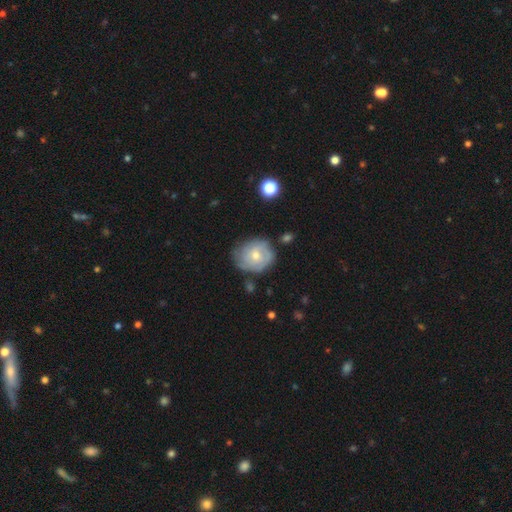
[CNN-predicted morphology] Smooth or featured: featured or disk — 65% (smooth — 29%)
Edge-on disk: no — 97% (yes — 3%)
Bar: no — 72% (weak — 25%)
Spiral arms: yes — 82% (no — 18%)
Spiral winding: tight — 64% (medium — 27%)
Spiral arm count: can't tell — 46% (2 — 21%)
Bulge size: moderate — 50% (small — 46%)
Merging: none — 66% (minor disturbance — 24%)